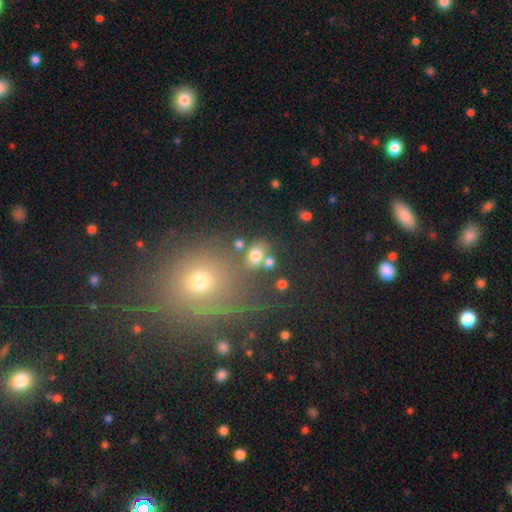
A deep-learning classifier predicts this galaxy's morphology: Smooth or featured? Predicted: smooth (p=0.74). How rounded? Predicted: round (p=0.50). Merging? Predicted: none (p=0.61).